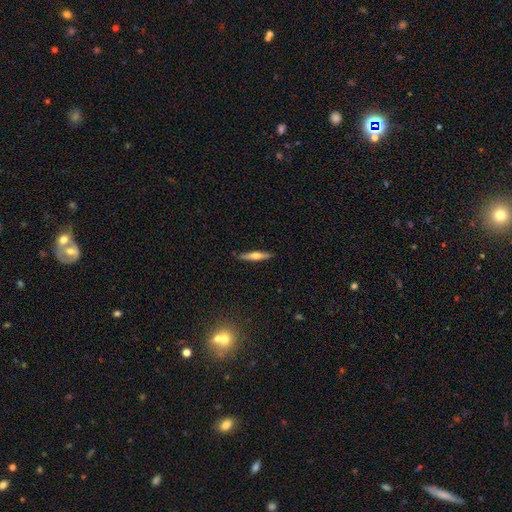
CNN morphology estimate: featured or disk 48%, smooth 46%, star or artifact 6%. Down the decision tree: merging — none (87%).